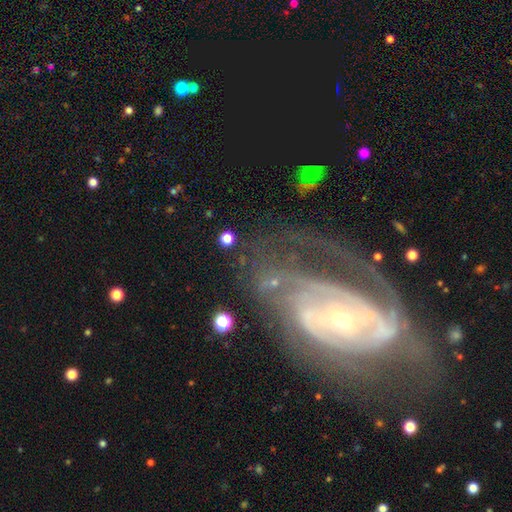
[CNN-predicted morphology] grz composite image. It shows a featured or disk galaxy (84%) with no bar (60%), tight (62%) spiral arms (85%) and a small central bulge (72%). Merging: none (52%).